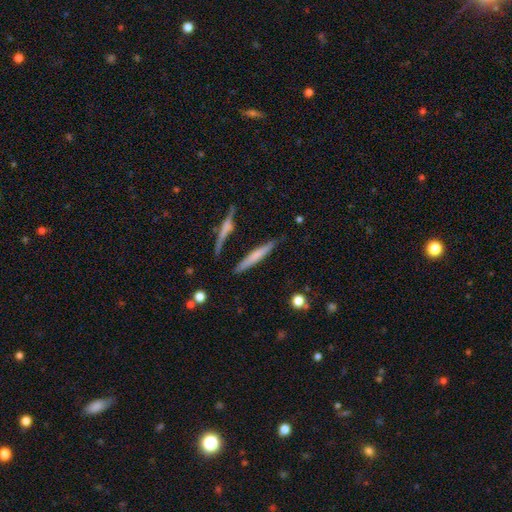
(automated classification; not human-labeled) Morphology: type=smooth (53%); roundness=cigar-shaped (92%); merging=none (77%).